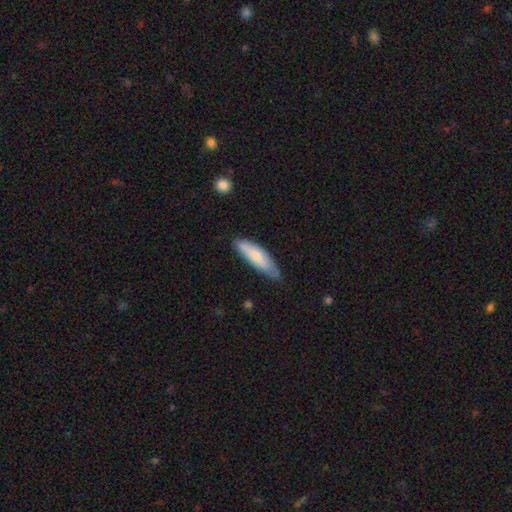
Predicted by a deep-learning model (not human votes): Q: Smooth or featured?
A: smooth (72%); runner-up: featured or disk (23%)
Q: How rounded?
A: cigar-shaped (58%); runner-up: in between (41%)
Q: Merging?
A: none (69%); runner-up: minor disturbance (25%)